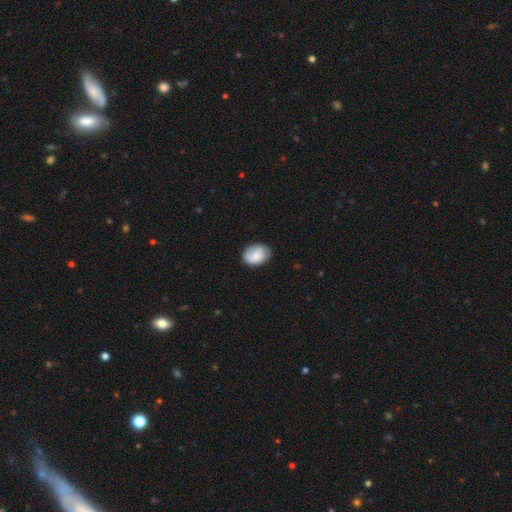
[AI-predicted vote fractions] A smooth galaxy with no disk features (75%) that is in between round and cigar-shaped (65%). Merging: none (77%).